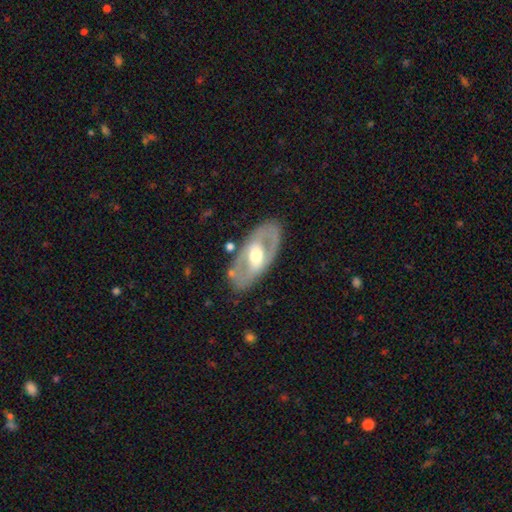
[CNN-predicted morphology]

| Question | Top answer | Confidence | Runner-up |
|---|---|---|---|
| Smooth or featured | featured or disk | 70% | smooth (26%) |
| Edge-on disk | no | 88% | yes (12%) |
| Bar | no | 37% | weak (34%) |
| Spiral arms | no | 64% | yes (36%) |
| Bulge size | moderate | 71% | large (16%) |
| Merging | none | 80% | minor disturbance (13%) |